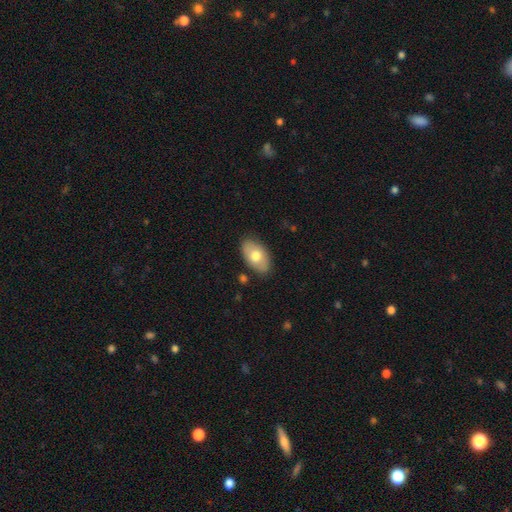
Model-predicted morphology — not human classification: This is likely a smooth galaxy (68%). How rounded: clearly in between (93%). Merging: clearly none (83%).